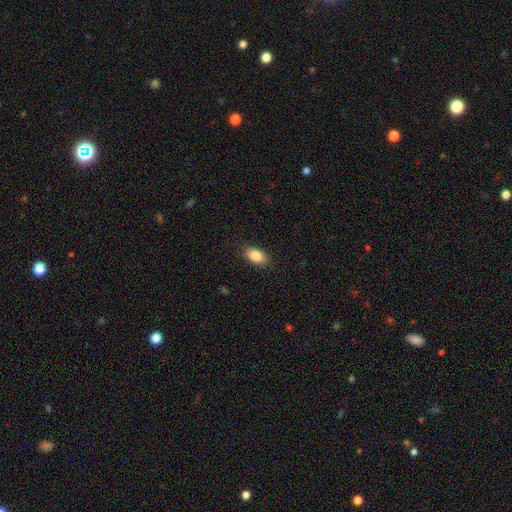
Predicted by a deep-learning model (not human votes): smooth 85%, star or artifact 8%, featured or disk 7%. Down the decision tree: how rounded — in between (91%); merging — none (88%).